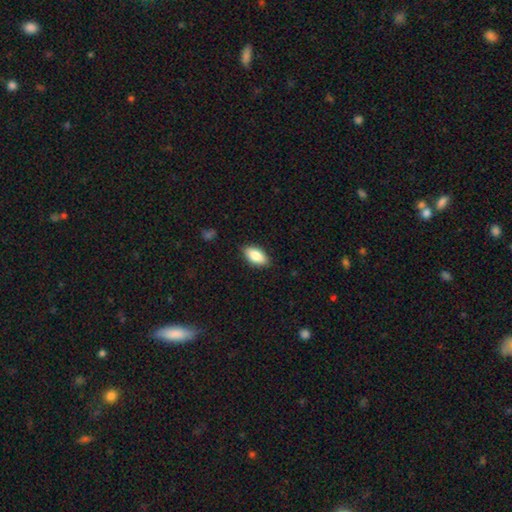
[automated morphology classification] type=smooth (84%); roundness=in between (91%); merging=none (87%).